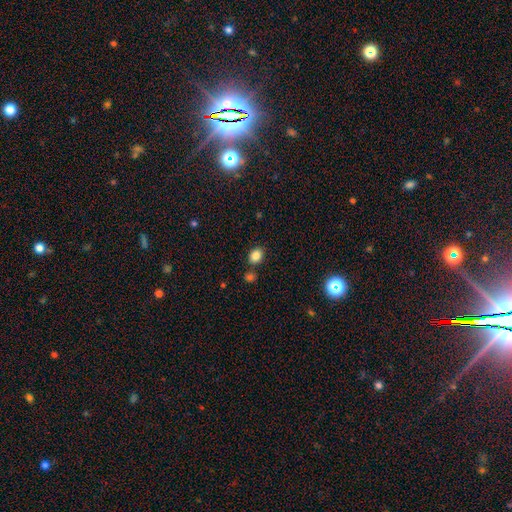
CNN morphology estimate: The model was most divided on "how rounded": in between: 57%, round: 42%, cigar-shaped: 1%. More confident: smooth or featured — smooth (84%); merging — none (77%).